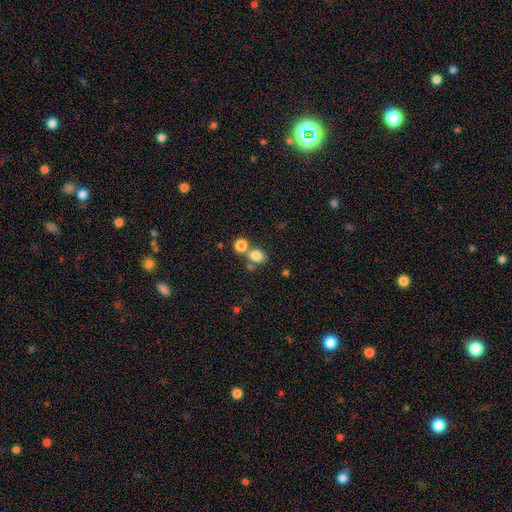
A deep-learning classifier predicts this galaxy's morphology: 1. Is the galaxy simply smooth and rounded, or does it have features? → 80% smooth, 12% star or artifact, 8% featured or disk.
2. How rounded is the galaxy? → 57% round, 42% in between, 1% cigar-shaped.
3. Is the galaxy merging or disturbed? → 52% none, 34% merger, 9% minor disturbance, 4% major disturbance.